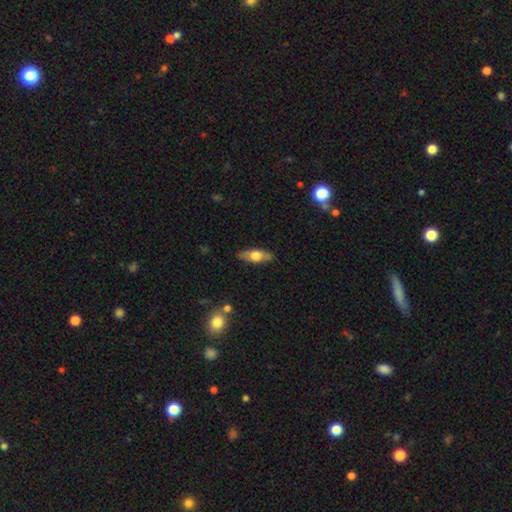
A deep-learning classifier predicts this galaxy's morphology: smooth 53%, featured or disk 41%, star or artifact 6%. Down the decision tree: how rounded — in between (65%); merging — none (86%).